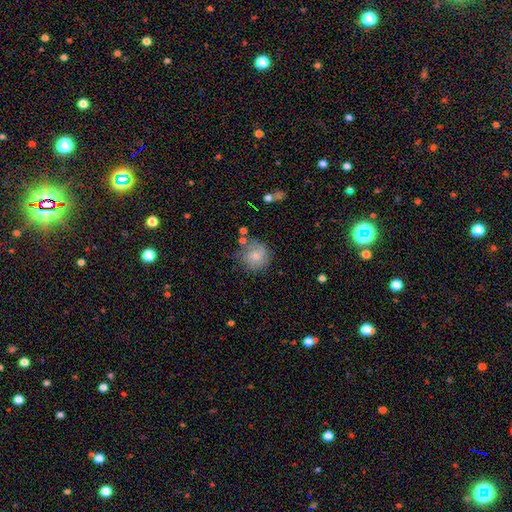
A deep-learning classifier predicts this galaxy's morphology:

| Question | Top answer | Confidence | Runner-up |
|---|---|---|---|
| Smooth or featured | smooth | 65% | featured or disk (27%) |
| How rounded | round | 88% | in between (11%) |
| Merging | none | 61% | minor disturbance (23%) |